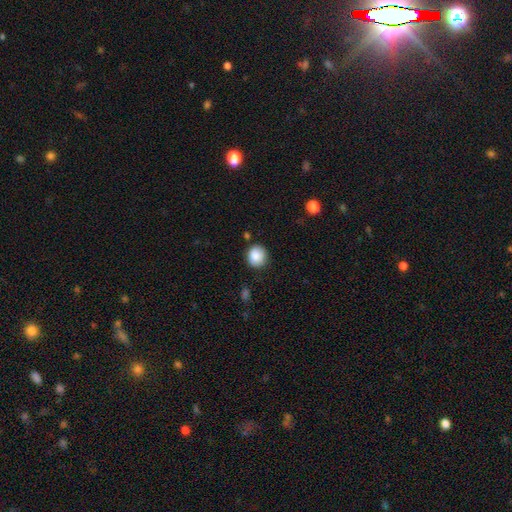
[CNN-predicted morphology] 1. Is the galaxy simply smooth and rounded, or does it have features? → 88% smooth, 8% star or artifact, 4% featured or disk.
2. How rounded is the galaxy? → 85% round, 15% in between, 1% cigar-shaped.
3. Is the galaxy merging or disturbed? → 84% none, 11% minor disturbance, 3% major disturbance, 2% merger.